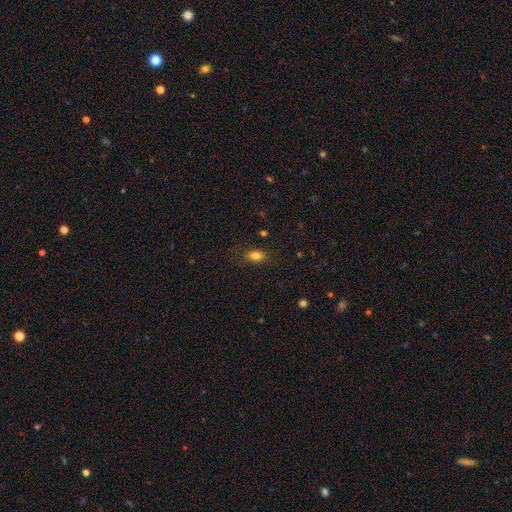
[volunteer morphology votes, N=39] smooth-or-featured: smooth: 79% | featured or disk: 13% | star or artifact: 8%
  how-rounded: in between: 94% | round: 6% | cigar-shaped: 0%
  merging: none: 81% | minor disturbance: 14% | major disturbance: 3% | merger: 3%